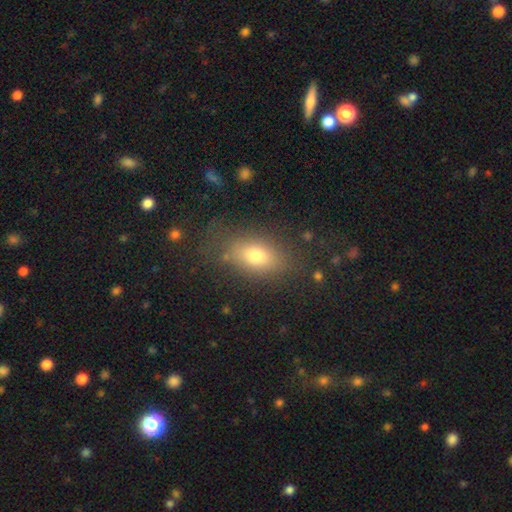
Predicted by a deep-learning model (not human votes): Smooth or featured? smooth (74%)
How rounded? in between (81%)
Merging? none (80%)